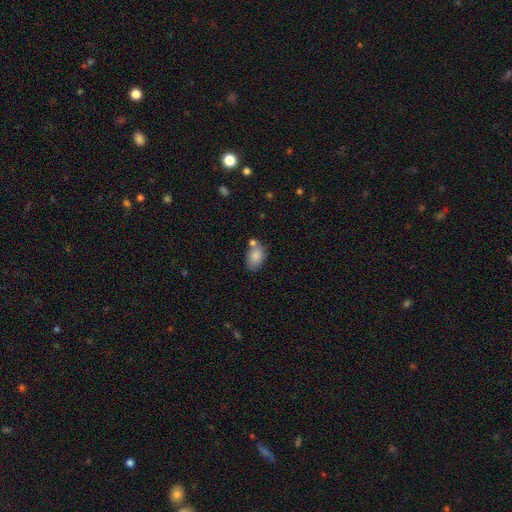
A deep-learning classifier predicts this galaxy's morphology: Smooth or featured?
  - smooth: 85% *
  - featured or disk: 8%
  - star or artifact: 8%
How rounded?
  - in between: 83% *
  - round: 15%
  - cigar-shaped: 1%
Merging?
  - none: 56% *
  - merger: 22%
  - minor disturbance: 18%
  - major disturbance: 5%